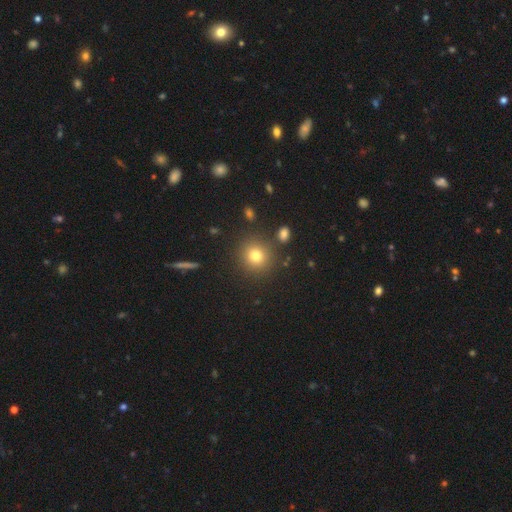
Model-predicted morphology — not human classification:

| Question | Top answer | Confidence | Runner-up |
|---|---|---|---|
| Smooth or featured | smooth | 79% | star or artifact (14%) |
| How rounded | round | 90% | in between (9%) |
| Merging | none | 86% | minor disturbance (7%) |